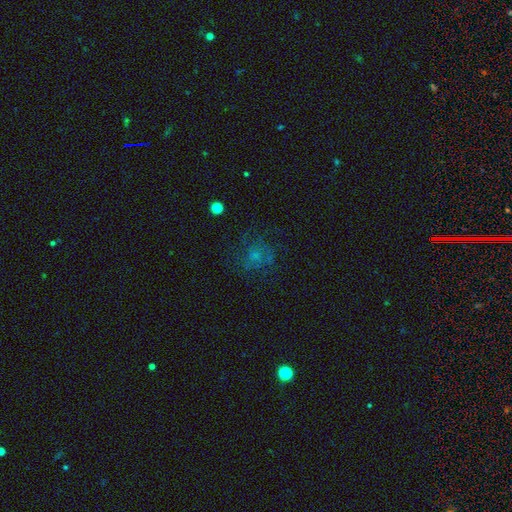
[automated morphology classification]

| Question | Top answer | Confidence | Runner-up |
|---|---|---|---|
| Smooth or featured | smooth | 45% | featured or disk (32%) |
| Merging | none | 60% | major disturbance (21%) |